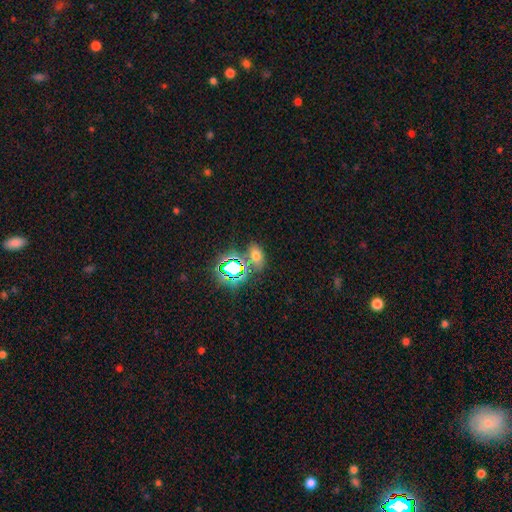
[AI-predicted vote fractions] Morphology: type=smooth (57%); roundness=in between (82%); merging=none (69%).